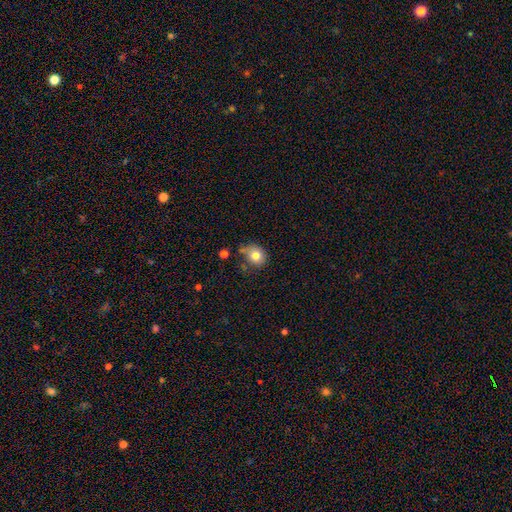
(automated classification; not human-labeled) Smooth or featured? Predicted: smooth (p=0.79). How rounded? Predicted: round (p=0.67). Merging? Predicted: none (p=0.59).